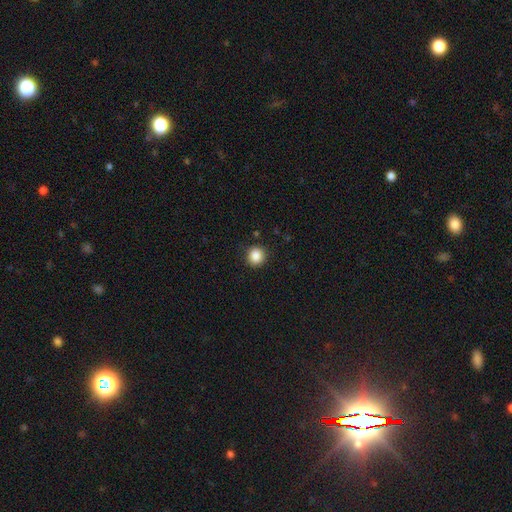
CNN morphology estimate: smooth 87%, star or artifact 10%, featured or disk 3%. Down the decision tree: how rounded — round (91%); merging — none (89%).